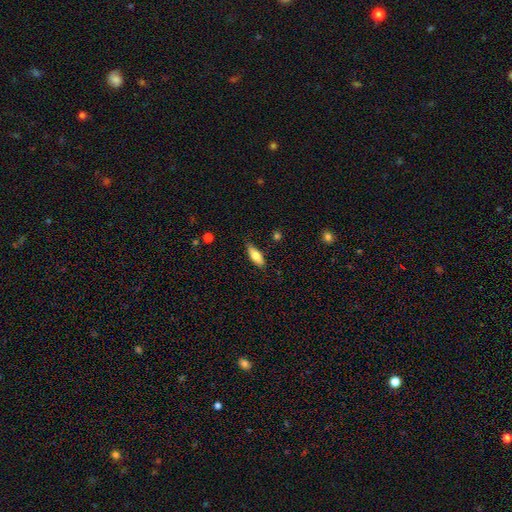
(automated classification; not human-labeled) smooth_or_featured: smooth (p=0.69) [alt: featured or disk p=0.25]
how_rounded: in between (p=0.71) [alt: cigar-shaped p=0.27]
merging: none (p=0.82) [alt: minor disturbance p=0.15]